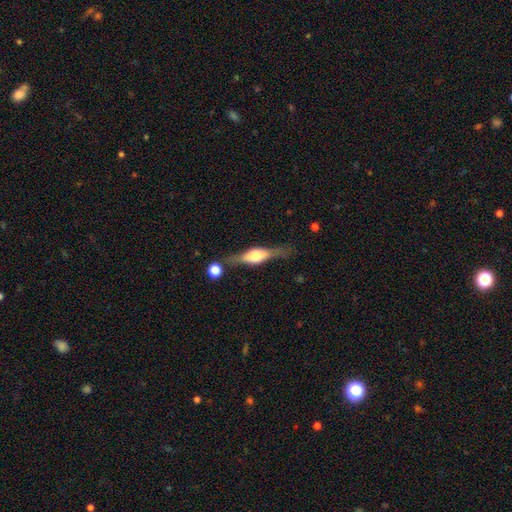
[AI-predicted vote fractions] Smooth or featured: featured or disk — 68% (smooth — 26%)
Edge-on disk: yes — 94% (no — 6%)
Edge-on bulge: rounded — 88% (boxy — 10%)
Merging: none — 70% (minor disturbance — 16%)